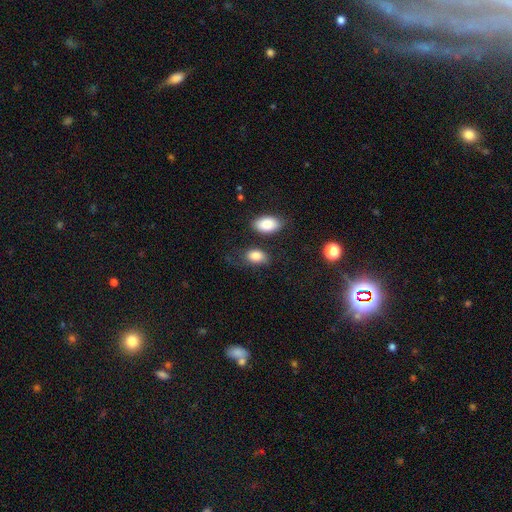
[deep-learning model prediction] A smooth galaxy with no disk features (85%) that is in between round and cigar-shaped (89%). Merging: none (63%).